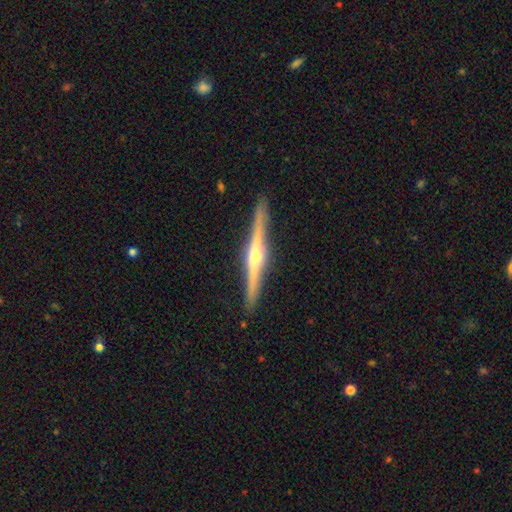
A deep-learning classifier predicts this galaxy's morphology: Overall: featured or disk (80%). Edge-on disk: yes (98%). Edge-on bulge: rounded (92%). Merging: none (90%).